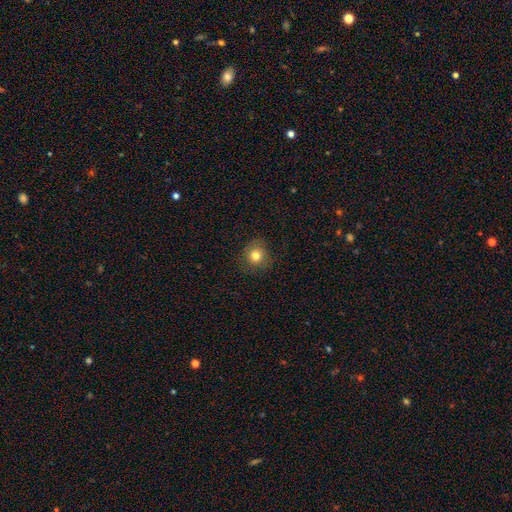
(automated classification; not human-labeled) smooth_or_featured: smooth (p=0.78) [alt: star or artifact p=0.12]
how_rounded: round (p=0.88) [alt: in between p=0.11]
merging: none (p=0.84) [alt: minor disturbance p=0.11]